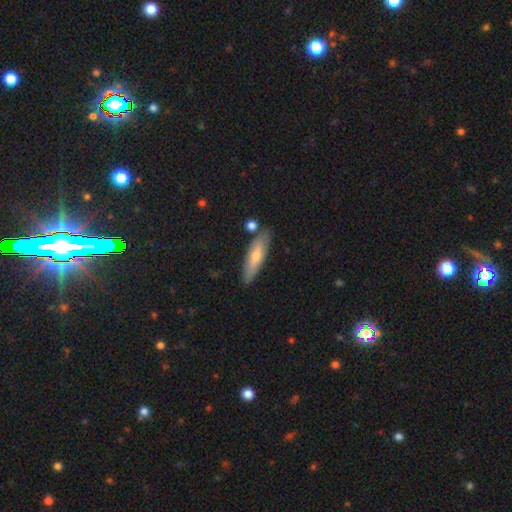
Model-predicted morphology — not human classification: smooth_or_featured: smooth (p=0.59) [alt: featured or disk p=0.35]
how_rounded: cigar-shaped (p=0.68) [alt: in between p=0.30]
merging: none (p=0.81) [alt: minor disturbance p=0.11]